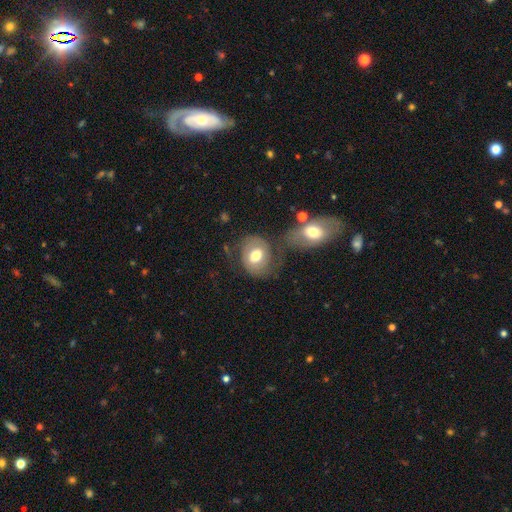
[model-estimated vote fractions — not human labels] This appears to be a smooth galaxy with no disk features (57%) that is round (55%). Merging: none (53%).